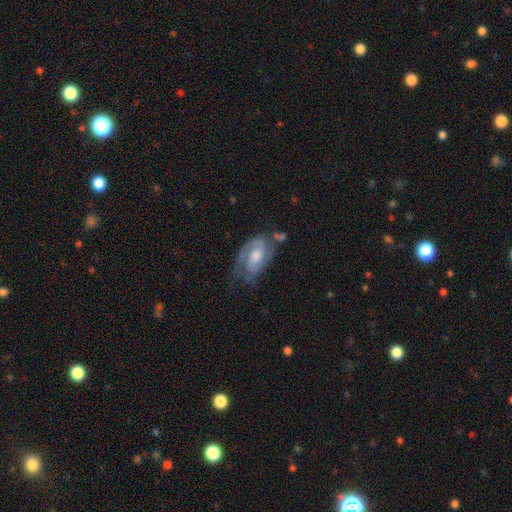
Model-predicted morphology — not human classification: smooth-or-featured: featured or disk: 78% | smooth: 16% | star or artifact: 6%
  disk-edge-on: no: 96% | yes: 4%
    bar: no: 52% | weak: 38% | strong: 9%
    has-spiral-arms: yes: 92% | no: 8%
      spiral-winding: tight: 45% | medium: 42% | loose: 14%
      spiral-arm-count: 2: 65% | can't tell: 14% | 1: 13% | 3: 5% | 4: 2% | more than 4: 1%
    bulge-size: moderate: 55% | small: 20% | large: 17% | none: 6% | dominant: 2%
  merging: none: 52% | minor disturbance: 25% | major disturbance: 16% | merger: 6%